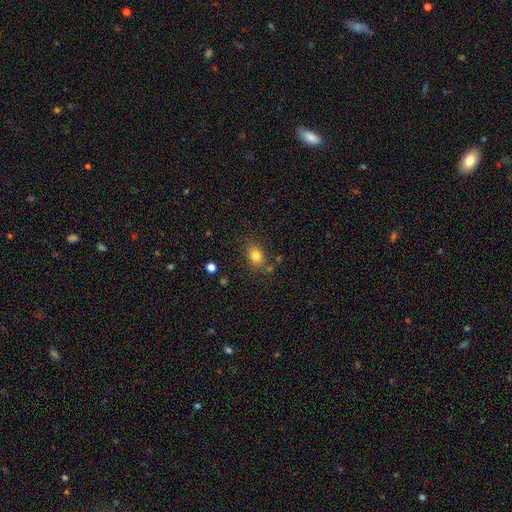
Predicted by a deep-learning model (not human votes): smooth 81%, star or artifact 11%, featured or disk 7%. Down the decision tree: how rounded — in between (55%); merging — none (75%).